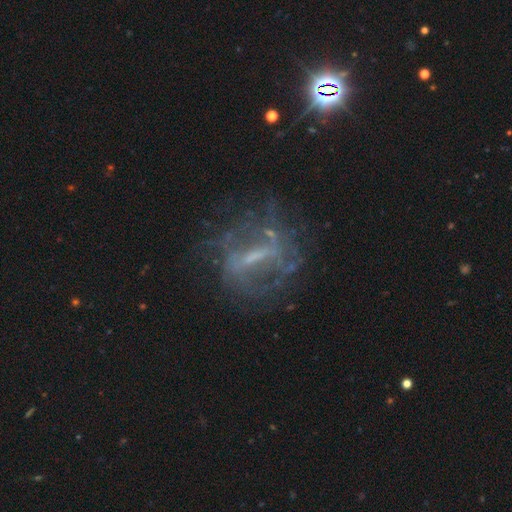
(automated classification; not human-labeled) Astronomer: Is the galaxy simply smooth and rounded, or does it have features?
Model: featured or disk — 70%.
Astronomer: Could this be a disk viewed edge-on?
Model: no — 85%.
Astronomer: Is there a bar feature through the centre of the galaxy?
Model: strong — 51% (runner-up: weak, 32%).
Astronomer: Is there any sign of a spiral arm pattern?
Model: no — 50%, tied with yes at 50%.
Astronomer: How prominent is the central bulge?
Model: small — 44% (runner-up: none, 31%).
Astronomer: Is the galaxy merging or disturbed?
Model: none — 64%.